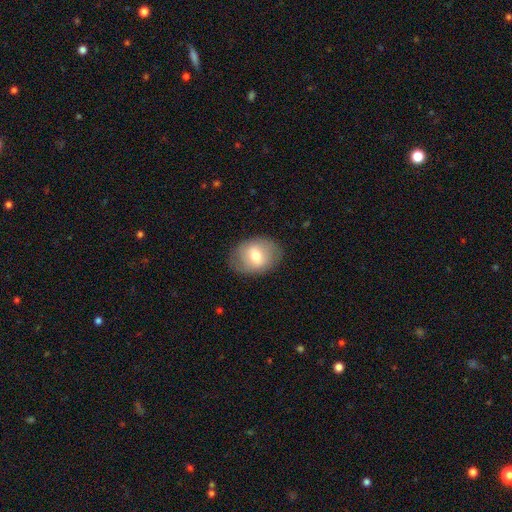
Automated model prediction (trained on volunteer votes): smooth 65%, featured or disk 28%, star or artifact 8%. Down the decision tree: how rounded — in between (67%); merging — none (80%).